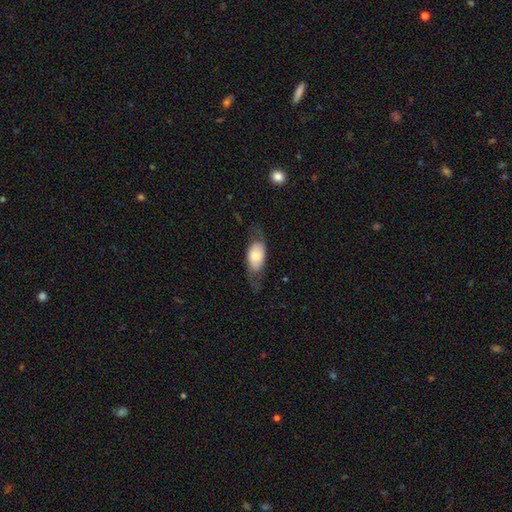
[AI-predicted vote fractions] Q: Smooth or featured?
A: smooth (62%); runner-up: featured or disk (32%)
Q: How rounded?
A: in between (86%); runner-up: cigar-shaped (9%)
Q: Merging?
A: none (58%); runner-up: minor disturbance (24%)